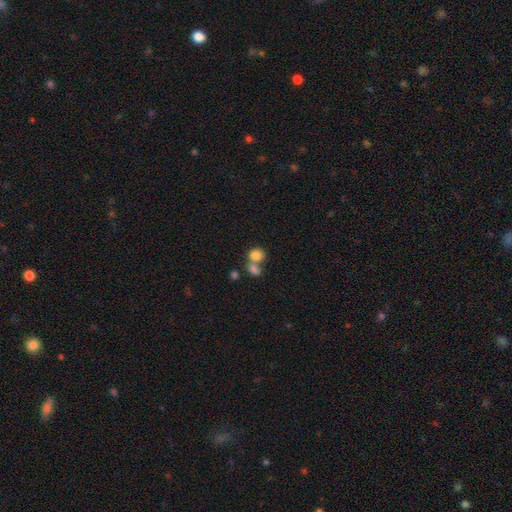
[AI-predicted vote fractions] Smooth or featured: smooth — 81% (star or artifact — 10%)
How rounded: round — 68% (in between — 31%)
Merging: merger — 52% (none — 36%)